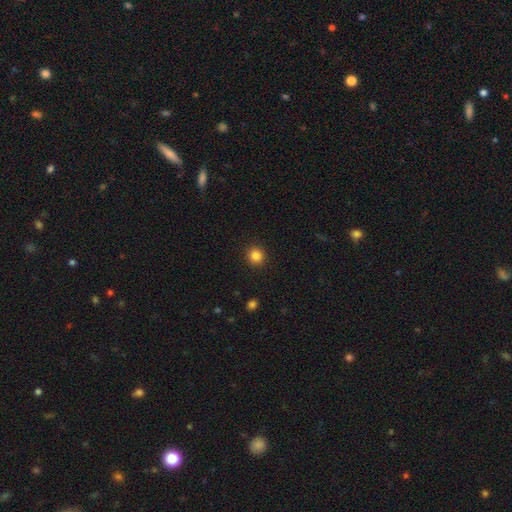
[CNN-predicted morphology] This appears to be a smooth galaxy with no disk features (85%) that is round (93%). Merging: none (92%).